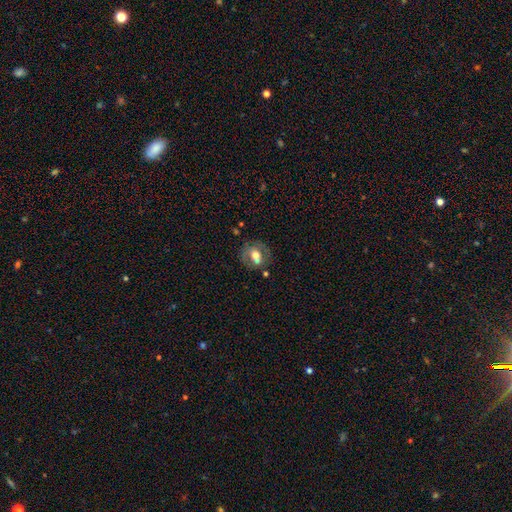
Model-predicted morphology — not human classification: Smooth or featured: smooth — 47% (featured or disk — 44%)
Merging: none — 60% (minor disturbance — 18%)